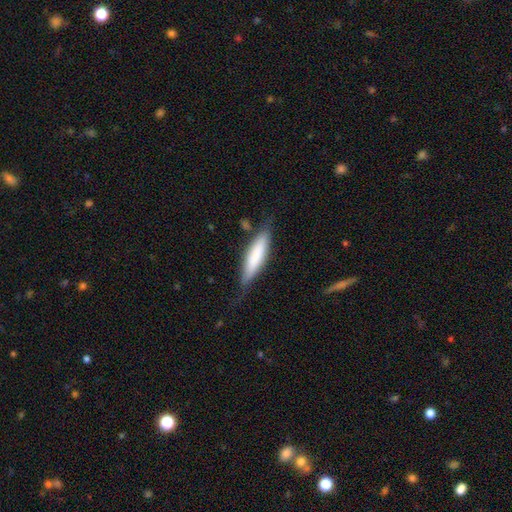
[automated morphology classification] Smooth or featured?
  - smooth: 70% *
  - featured or disk: 23%
  - star or artifact: 6%
How rounded?
  - cigar-shaped: 71% *
  - in between: 28%
  - round: 1%
Merging?
  - none: 70% *
  - minor disturbance: 22%
  - major disturbance: 6%
  - merger: 2%